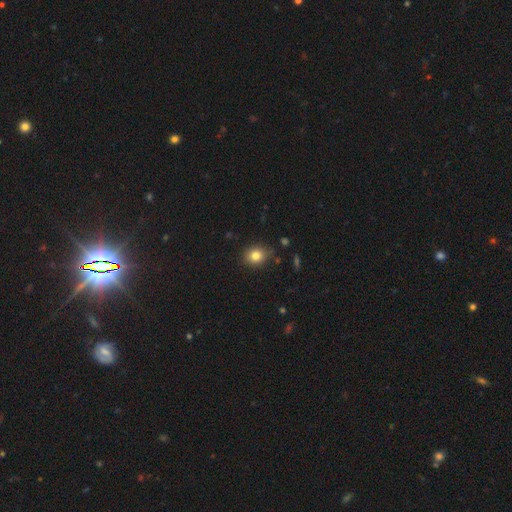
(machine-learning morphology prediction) Smooth or featured? smooth (81%)
How rounded? round (63%)
Merging? none (84%)